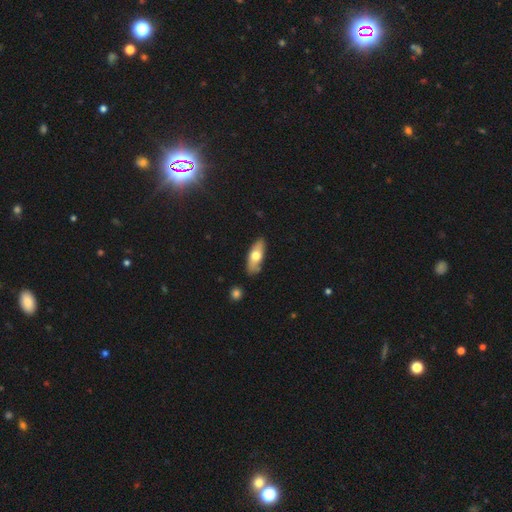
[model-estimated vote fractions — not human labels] Smooth or featured? Predicted: smooth (p=0.62). How rounded? Predicted: in between (p=0.72). Merging? Predicted: none (p=0.83).